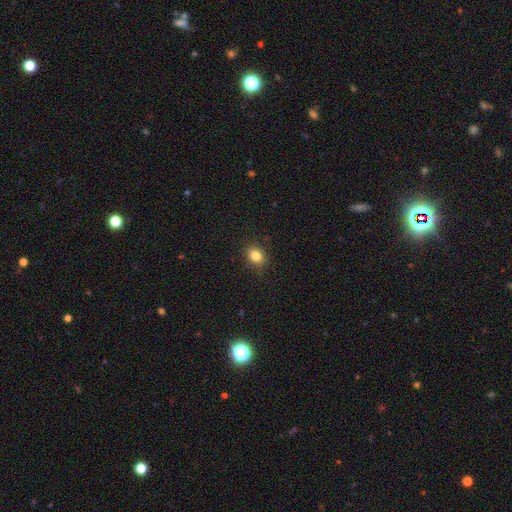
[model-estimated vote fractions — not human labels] This is clearly a smooth galaxy (83%). How rounded: possibly round (51%). Merging: clearly none (88%).